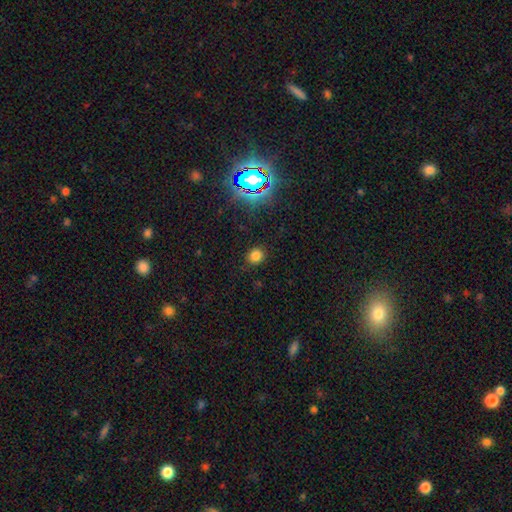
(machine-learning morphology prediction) A smooth galaxy with no disk features (76%) that is round (81%). Merging: none (86%).